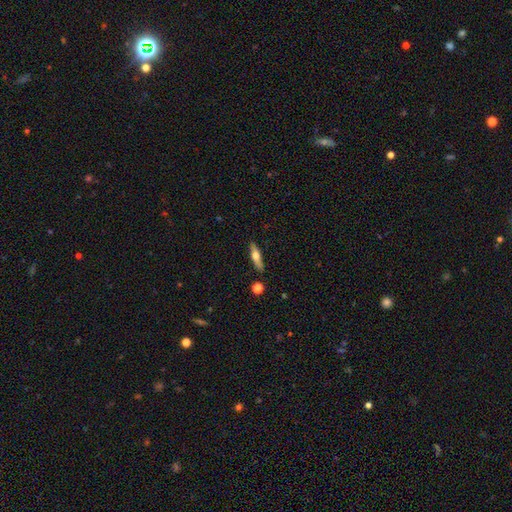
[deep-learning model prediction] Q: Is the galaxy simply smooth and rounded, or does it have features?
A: featured or disk — 49%.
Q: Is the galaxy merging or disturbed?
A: none — 86%.